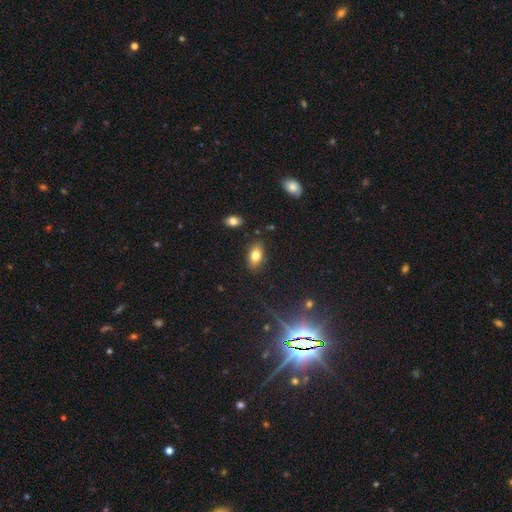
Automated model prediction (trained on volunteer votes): smooth_or_featured: smooth (p=0.79) [alt: featured or disk p=0.11]
how_rounded: in between (p=0.89) [alt: round p=0.09]
merging: none (p=0.84) [alt: minor disturbance p=0.11]